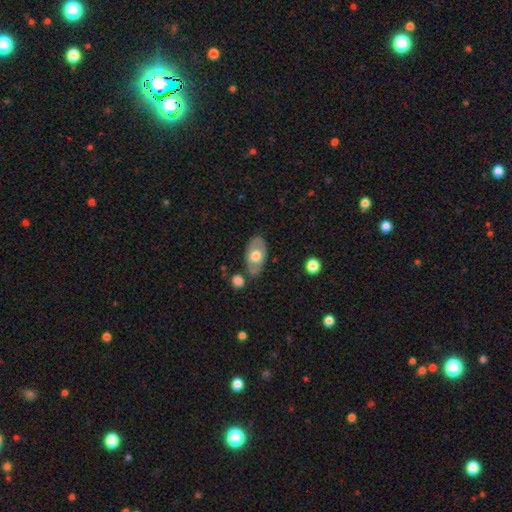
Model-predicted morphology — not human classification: Smooth or featured?
  - smooth: 51% *
  - featured or disk: 43%
  - star or artifact: 6%
How rounded?
  - in between: 90% *
  - round: 8%
  - cigar-shaped: 2%
Merging?
  - none: 73% *
  - minor disturbance: 15%
  - merger: 8%
  - major disturbance: 4%